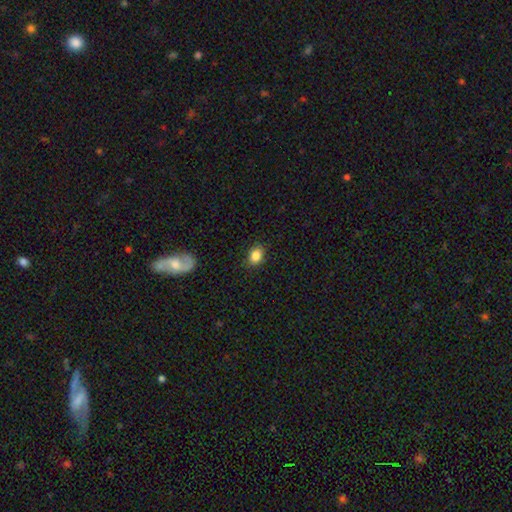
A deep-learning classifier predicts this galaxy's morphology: The model was most divided on "how rounded": in between: 66%, round: 33%, cigar-shaped: 1%. More confident: merging — none (87%); smooth or featured — smooth (85%).